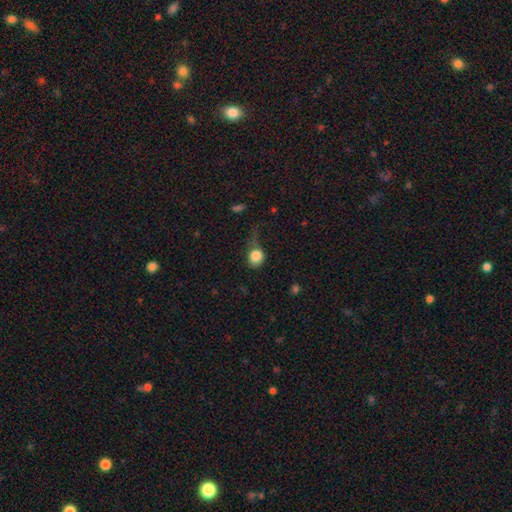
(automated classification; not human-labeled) Morphology: type=smooth (84%); roundness=round (71%); merging=none (36%).